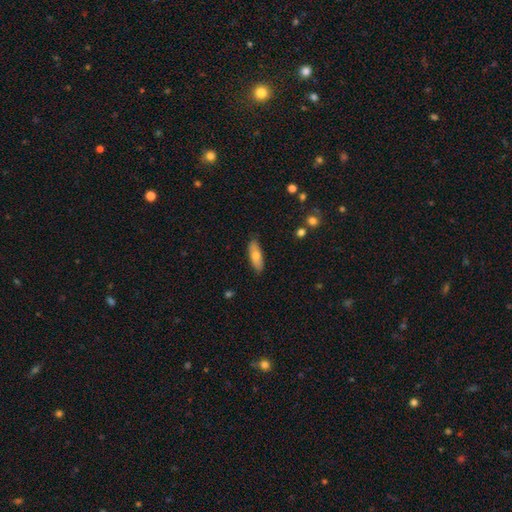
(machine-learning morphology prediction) smooth-or-featured: smooth: 72% | featured or disk: 22% | star or artifact: 6%
  how-rounded: in between: 60% | cigar-shaped: 38% | round: 2%
  merging: none: 86% | minor disturbance: 10% | major disturbance: 2% | merger: 1%